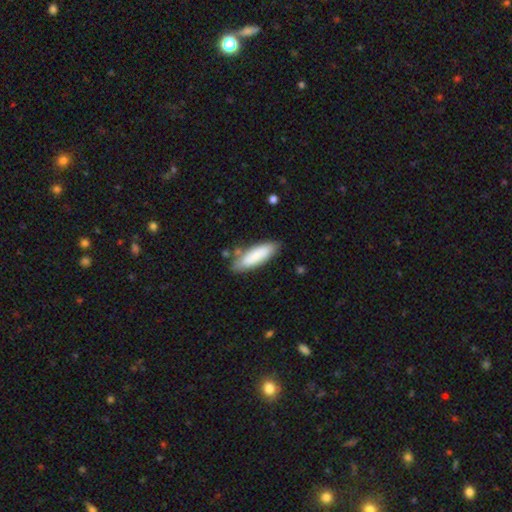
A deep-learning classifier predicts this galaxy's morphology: This is clearly a smooth galaxy (81%). How rounded: possibly cigar-shaped (50%). Merging: likely none (76%).